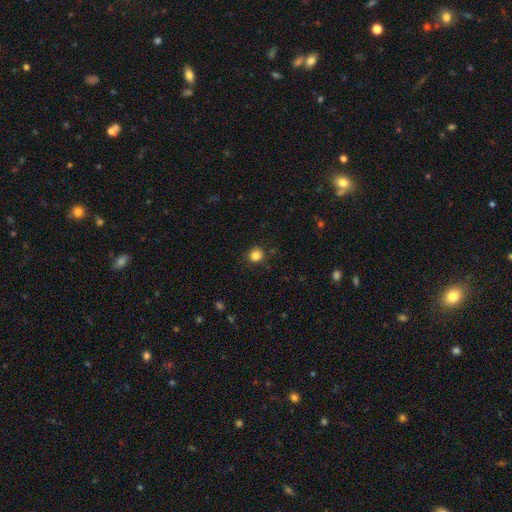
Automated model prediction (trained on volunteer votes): The model was most divided on "smooth or featured": smooth: 84%, star or artifact: 11%, featured or disk: 4%. More confident: how rounded — round (89%); merging — none (87%).